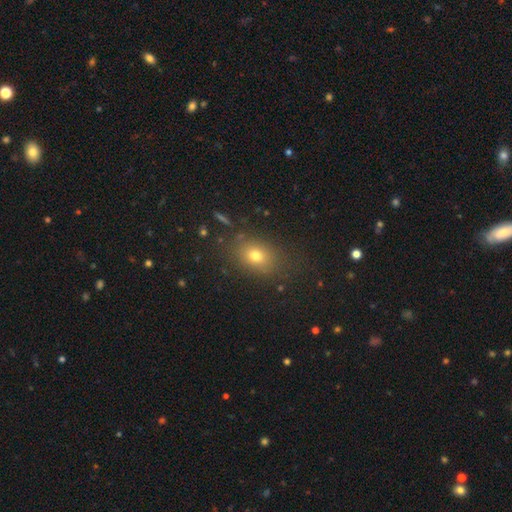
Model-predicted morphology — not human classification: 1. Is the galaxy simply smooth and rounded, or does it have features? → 71% smooth, 18% star or artifact, 11% featured or disk.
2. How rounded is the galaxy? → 59% in between, 39% round, 2% cigar-shaped.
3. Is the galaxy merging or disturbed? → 81% none, 12% minor disturbance, 5% major disturbance, 2% merger.